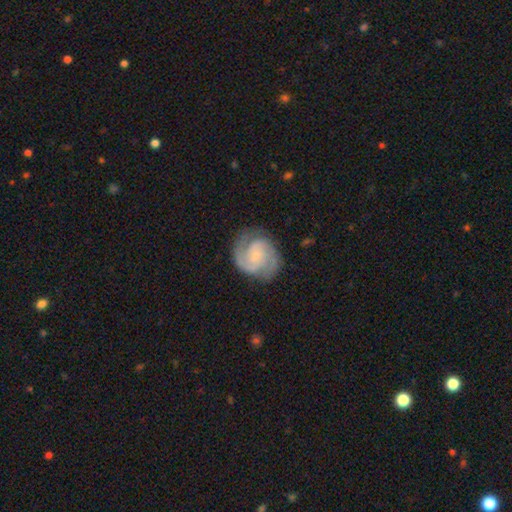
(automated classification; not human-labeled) A featured or disk galaxy (84%) with no bar (52%), 2 (75%) tight (45%, tied with medium) spiral arms (97%) and a small central bulge (68%). Merging: none (76%).